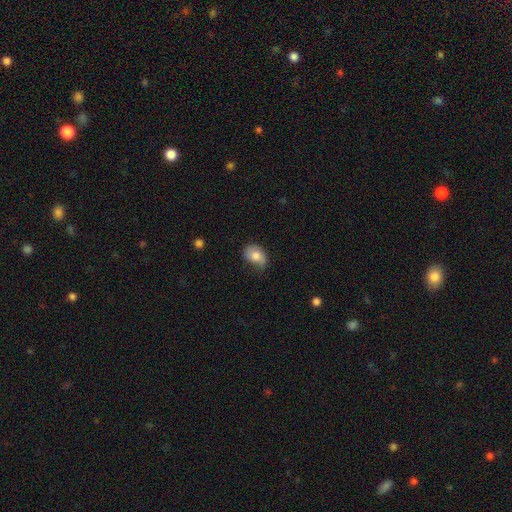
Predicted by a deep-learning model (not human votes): Smooth or featured? smooth (72%)
How rounded? in between (73%)
Merging? none (55%)